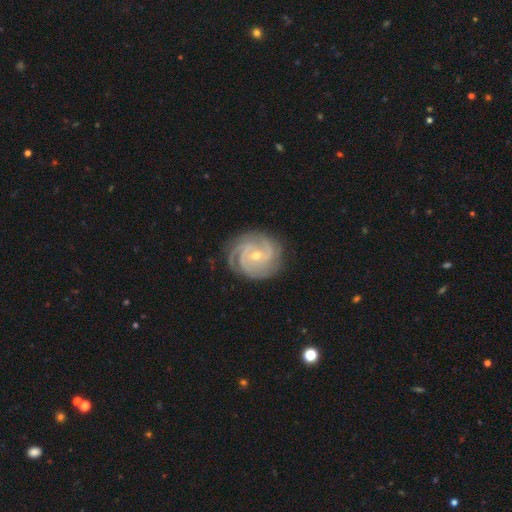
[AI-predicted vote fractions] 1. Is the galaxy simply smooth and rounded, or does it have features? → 90% featured or disk, 5% star or artifact, 5% smooth.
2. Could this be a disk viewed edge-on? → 98% no, 2% yes.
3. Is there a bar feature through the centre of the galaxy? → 55% no, 35% weak, 10% strong.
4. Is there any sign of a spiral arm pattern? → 98% yes, 2% no.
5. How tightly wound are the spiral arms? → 72% tight, 25% medium, 3% loose.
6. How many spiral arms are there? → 48% 3, 16% 4, 15% 2, 11% can't tell, 5% more than 4, 5% 1.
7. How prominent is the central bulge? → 58% small, 39% moderate, 1% large, 1% none, 1% dominant.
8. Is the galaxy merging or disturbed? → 81% none, 14% minor disturbance, 4% major disturbance, 1% merger.